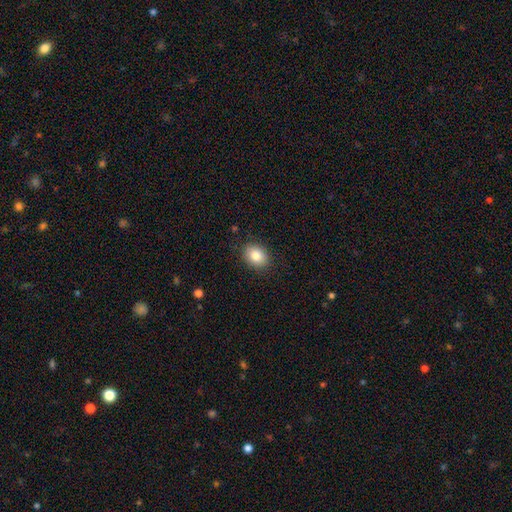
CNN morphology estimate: This appears to be a smooth galaxy with no disk features (84%) that is in between round and cigar-shaped (62%). Merging: none (88%).